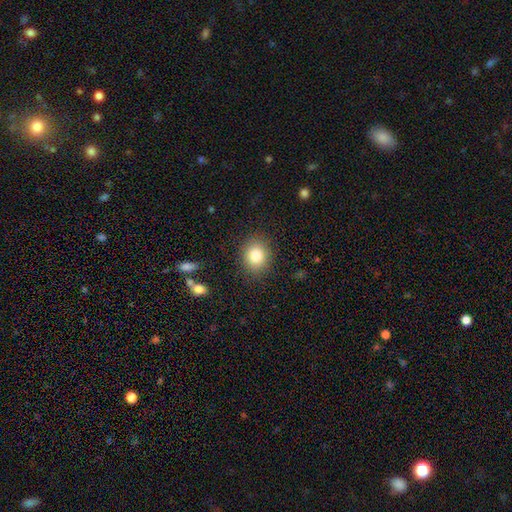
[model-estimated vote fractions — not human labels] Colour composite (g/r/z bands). It shows a smooth galaxy with no disk features (81%) that is round (68%). Merging: none (87%).